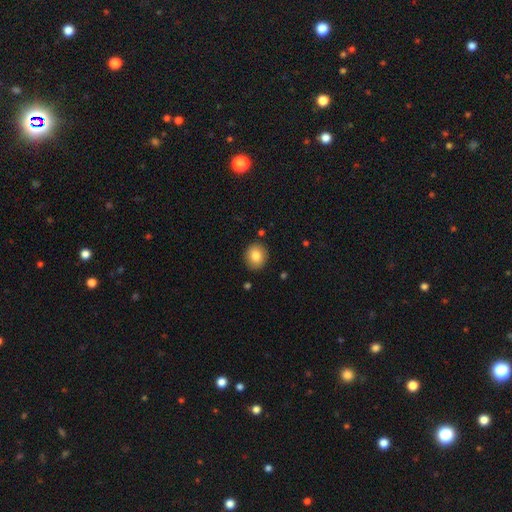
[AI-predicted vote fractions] smooth-or-featured: smooth: 82% | featured or disk: 10% | star or artifact: 9%
  how-rounded: round: 76% | in between: 24% | cigar-shaped: 1%
  merging: none: 89% | minor disturbance: 8% | major disturbance: 2% | merger: 2%